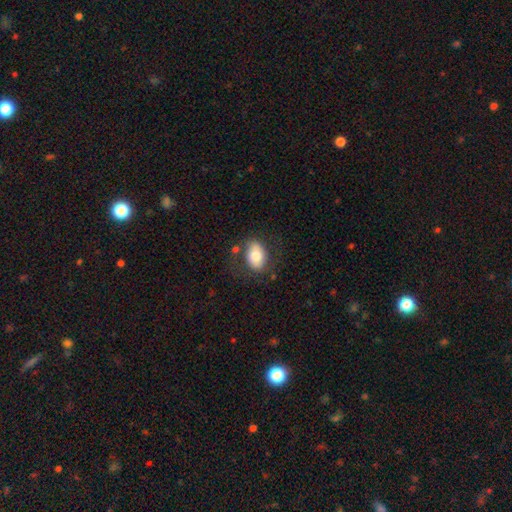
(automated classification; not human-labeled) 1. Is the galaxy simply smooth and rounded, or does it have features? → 72% smooth, 21% featured or disk, 7% star or artifact.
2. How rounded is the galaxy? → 80% in between, 19% round, 1% cigar-shaped.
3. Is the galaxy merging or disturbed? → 71% none, 17% minor disturbance, 7% major disturbance, 5% merger.